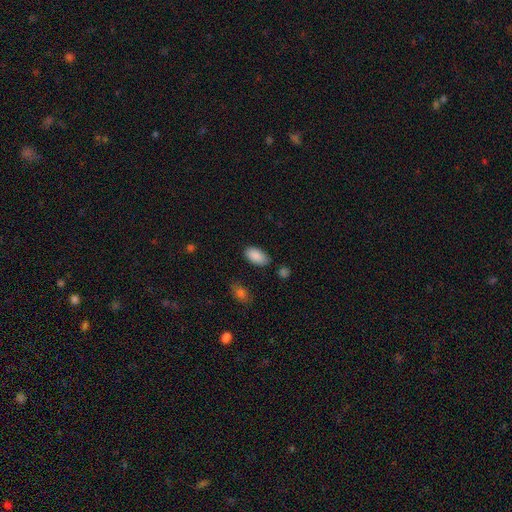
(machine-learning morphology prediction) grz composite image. It shows a smooth galaxy with no disk features (89%) that is in between round and cigar-shaped (95%). Merging: none (81%).